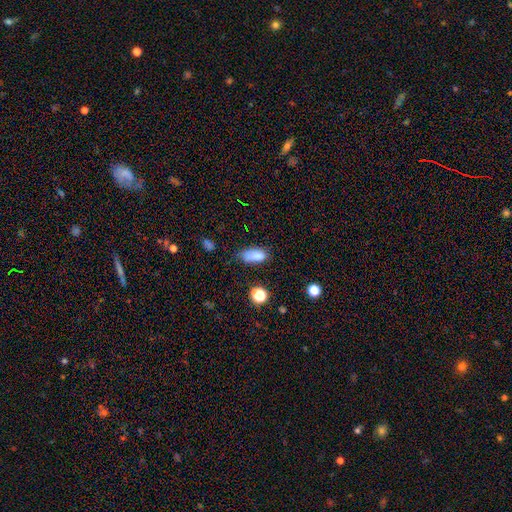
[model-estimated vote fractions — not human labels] Morphology: type=smooth (81%); roundness=in between (83%); merging=none (53%).